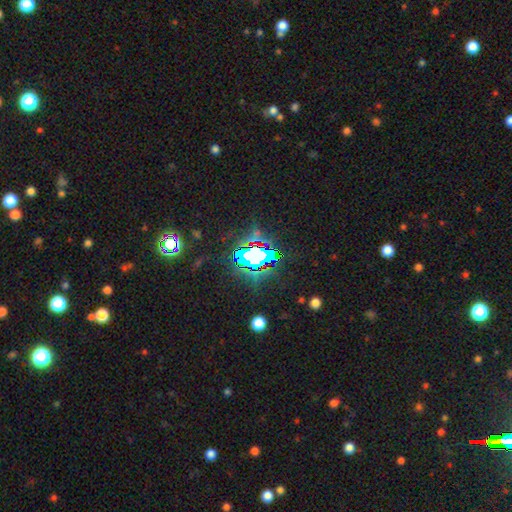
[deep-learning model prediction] star or artifact 70%, smooth 18%, featured or disk 12%.